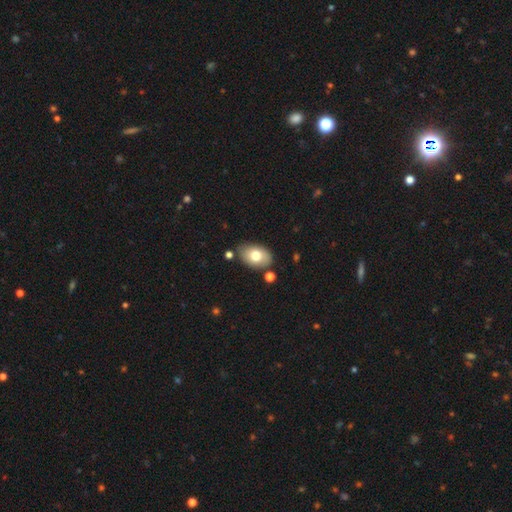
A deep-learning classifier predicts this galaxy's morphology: This appears to be a smooth galaxy with no disk features (75%) that is in between round and cigar-shaped (88%). Merging: none (78%).